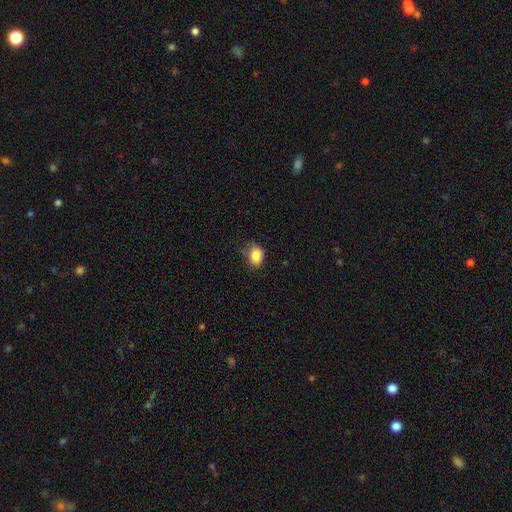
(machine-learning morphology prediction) smooth_or_featured: smooth (p=0.86) [alt: star or artifact p=0.09]
how_rounded: in between (p=0.63) [alt: round p=0.36]
merging: none (p=0.68) [alt: minor disturbance p=0.25]